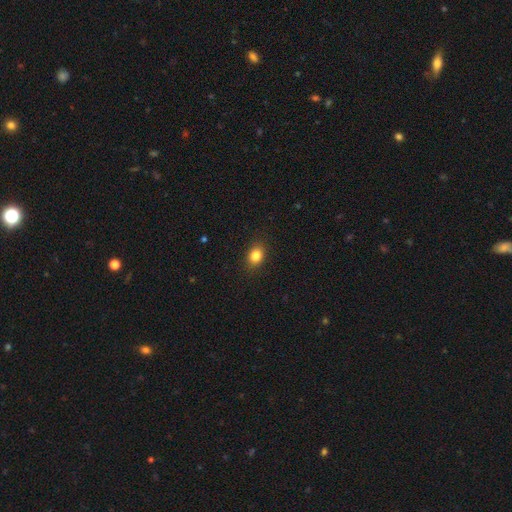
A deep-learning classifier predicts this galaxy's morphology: This appears to be a smooth galaxy with no disk features (83%) that is in between round and cigar-shaped (57%). Merging: none (88%).